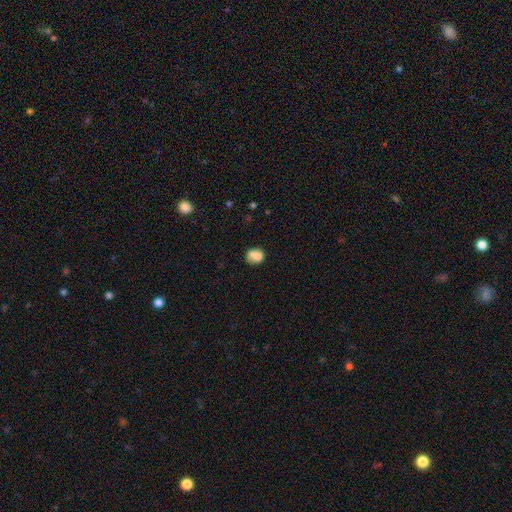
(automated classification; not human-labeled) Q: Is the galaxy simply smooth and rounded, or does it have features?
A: smooth — 76%.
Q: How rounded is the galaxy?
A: round — 59%.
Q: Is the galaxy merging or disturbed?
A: none — 44%.